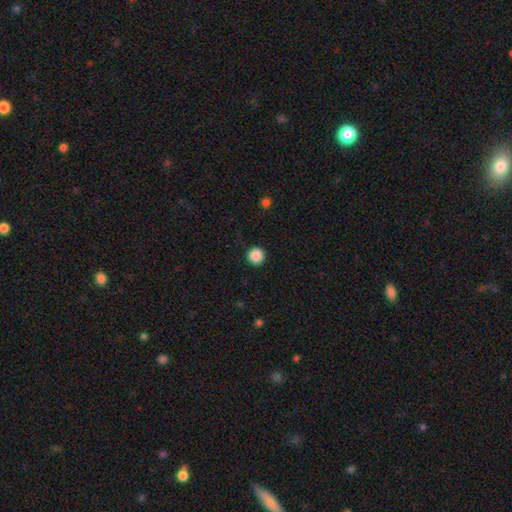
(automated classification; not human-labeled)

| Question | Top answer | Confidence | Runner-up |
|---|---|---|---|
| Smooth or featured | smooth | 88% | star or artifact (9%) |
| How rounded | round | 96% | in between (3%) |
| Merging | none | 93% | minor disturbance (5%) |